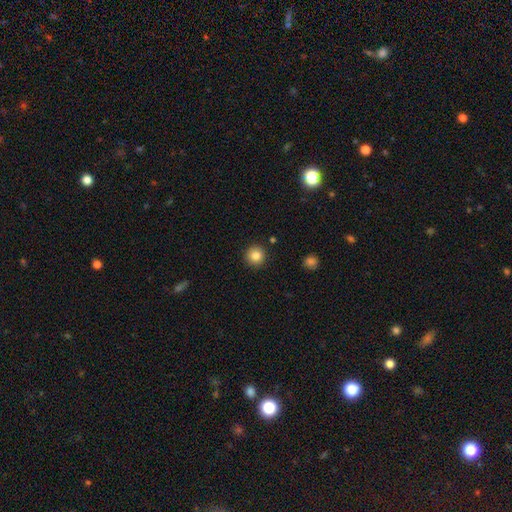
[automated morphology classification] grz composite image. It shows a smooth galaxy with no disk features (84%) that is round (95%). Merging: none (91%).